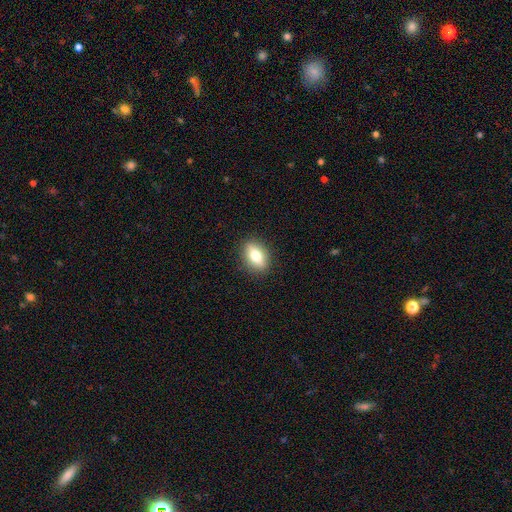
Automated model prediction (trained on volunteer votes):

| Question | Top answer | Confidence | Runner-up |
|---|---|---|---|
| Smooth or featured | smooth | 65% | featured or disk (26%) |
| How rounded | in between | 76% | round (14%) |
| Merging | none | 87% | minor disturbance (9%) |